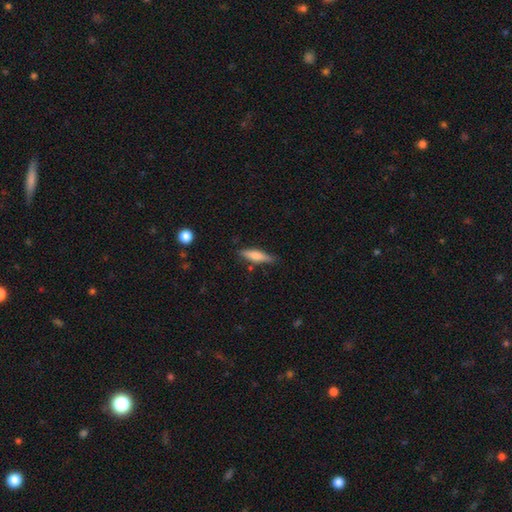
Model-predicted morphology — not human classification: smooth 64%, featured or disk 30%, star or artifact 6%. Down the decision tree: how rounded — cigar-shaped (75%); merging — none (80%).